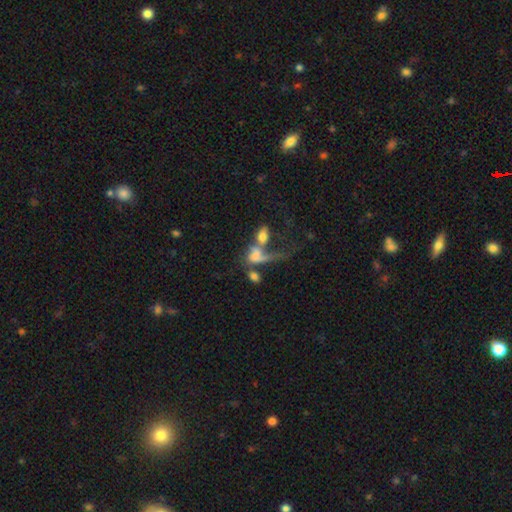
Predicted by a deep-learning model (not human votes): Overall: smooth (52%; featured or disk 36%). How rounded: in between (76%). Merging: merger (56%; major disturbance 22%).